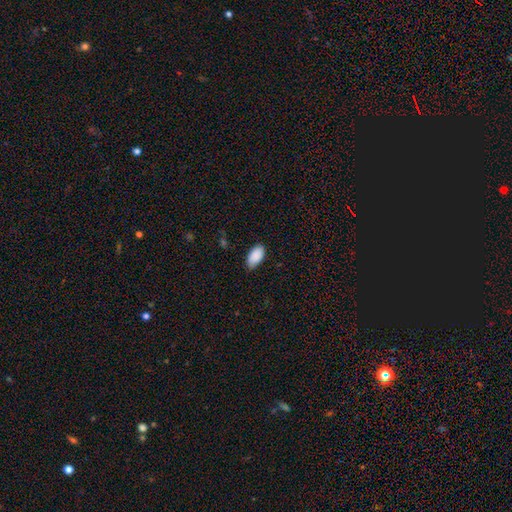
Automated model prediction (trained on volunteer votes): A smooth galaxy with no disk features (90%) that is in between round and cigar-shaped (95%).

Vote fractions:
- Smooth or featured? smooth: 90% / star or artifact: 6% / featured or disk: 4%
- How rounded? in between: 95% / cigar-shaped: 3% / round: 2%
- Merging? none: 77% / minor disturbance: 19% / major disturbance: 3% / merger: 1%